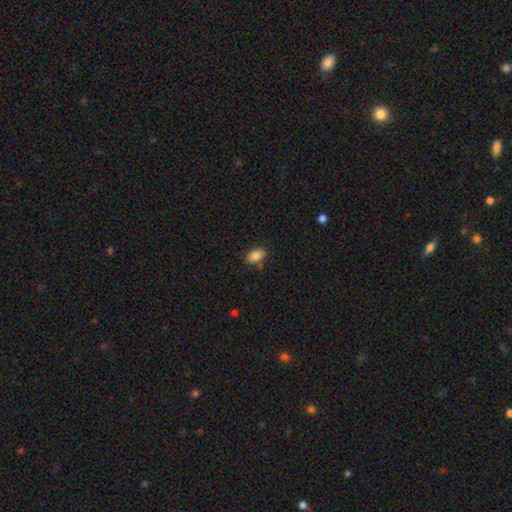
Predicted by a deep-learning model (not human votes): Q: Smooth or featured?
A: smooth (84%); runner-up: star or artifact (8%)
Q: How rounded?
A: in between (92%); runner-up: round (6%)
Q: Merging?
A: none (79%); runner-up: minor disturbance (14%)